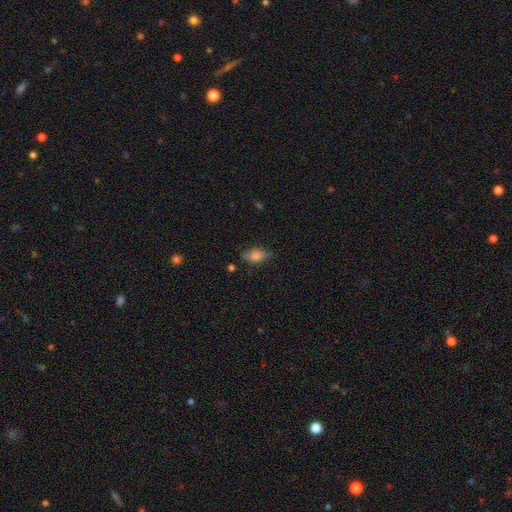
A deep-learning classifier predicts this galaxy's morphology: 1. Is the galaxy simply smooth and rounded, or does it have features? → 68% smooth, 23% featured or disk, 9% star or artifact.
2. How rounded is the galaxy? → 80% in between, 14% cigar-shaped, 6% round.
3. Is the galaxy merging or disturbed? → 70% none, 22% minor disturbance, 5% major disturbance, 2% merger.